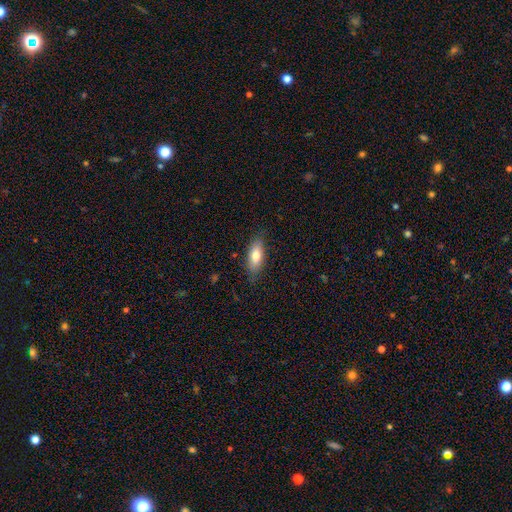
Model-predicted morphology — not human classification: Q: Smooth or featured?
A: smooth (75%); runner-up: featured or disk (18%)
Q: How rounded?
A: in between (75%); runner-up: cigar-shaped (22%)
Q: Merging?
A: none (82%); runner-up: minor disturbance (14%)